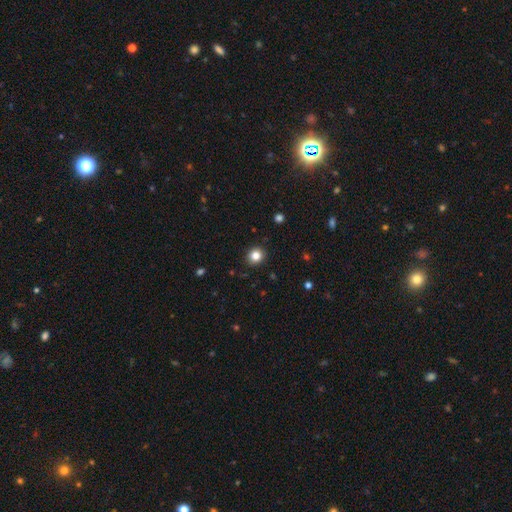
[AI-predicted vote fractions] A smooth galaxy with no disk features (83%) that is round (87%).

Vote fractions:
- Smooth or featured? smooth: 83% / star or artifact: 12% / featured or disk: 5%
- How rounded? round: 87% / in between: 12% / cigar-shaped: 1%
- Merging? none: 92% / minor disturbance: 5% / major disturbance: 2% / merger: 1%